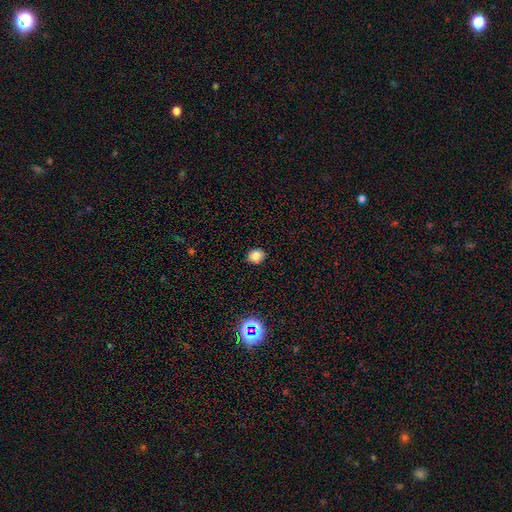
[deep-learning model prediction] smooth-or-featured: smooth: 80% | star or artifact: 14% | featured or disk: 6%
  how-rounded: round: 70% | in between: 29% | cigar-shaped: 1%
  merging: none: 87% | minor disturbance: 9% | major disturbance: 2% | merger: 1%